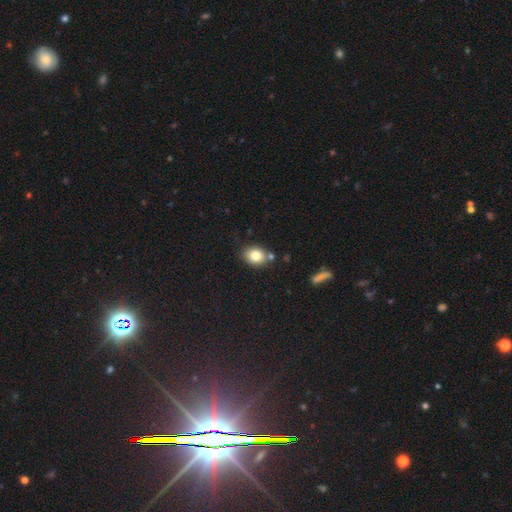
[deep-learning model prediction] Smooth or featured?
  - smooth: 81% *
  - star or artifact: 10%
  - featured or disk: 9%
How rounded?
  - round: 50% *
  - in between: 49%
  - cigar-shaped: 1%
Merging?
  - none: 74% *
  - minor disturbance: 13%
  - merger: 9%
  - major disturbance: 3%